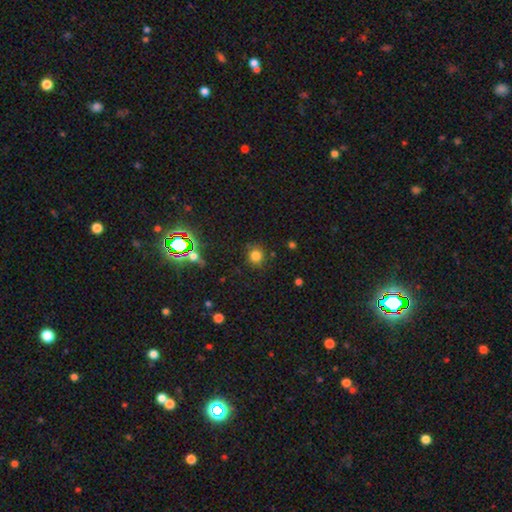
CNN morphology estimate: Smooth or featured: smooth — 78% (star or artifact — 17%)
How rounded: round — 87% (in between — 12%)
Merging: none — 83% (minor disturbance — 11%)